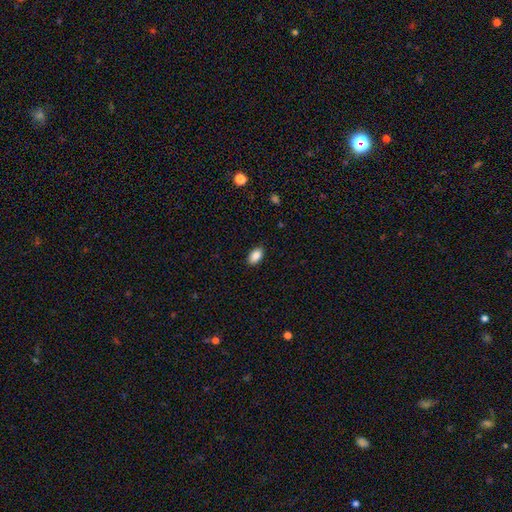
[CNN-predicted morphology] Smooth or featured: smooth — 88% (star or artifact — 7%)
How rounded: in between — 93% (round — 4%)
Merging: none — 87% (minor disturbance — 10%)